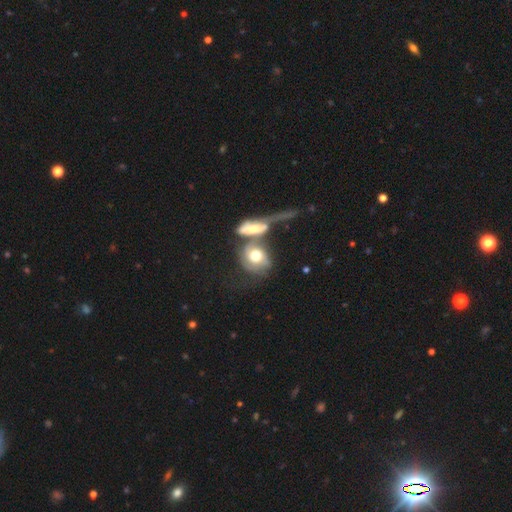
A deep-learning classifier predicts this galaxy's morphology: smooth_or_featured: smooth (p=0.48) [alt: featured or disk p=0.44]
merging: merger (p=0.61) [alt: major disturbance p=0.16]